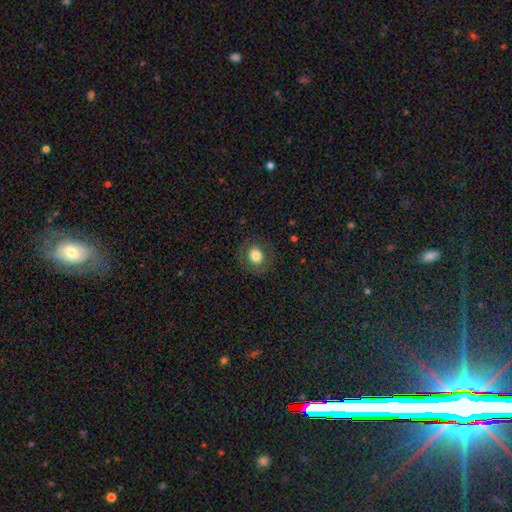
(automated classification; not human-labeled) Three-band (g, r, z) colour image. It shows a smooth galaxy with no disk features (75%) that is round (81%). Merging: none (85%).